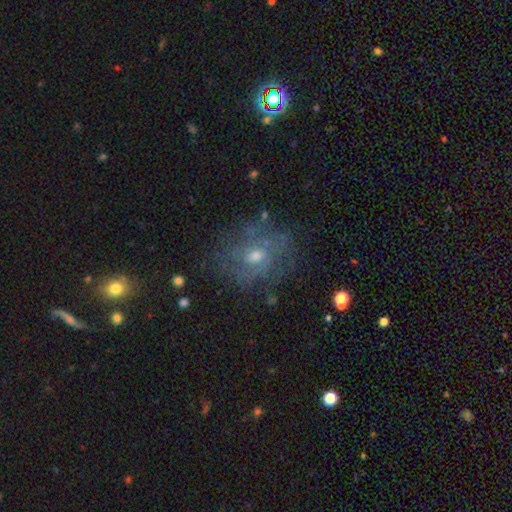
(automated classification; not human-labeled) Smooth or featured?
  - featured or disk: 49% *
  - smooth: 30%
  - star or artifact: 20%
Merging?
  - none: 71% *
  - minor disturbance: 17%
  - major disturbance: 10%
  - merger: 2%